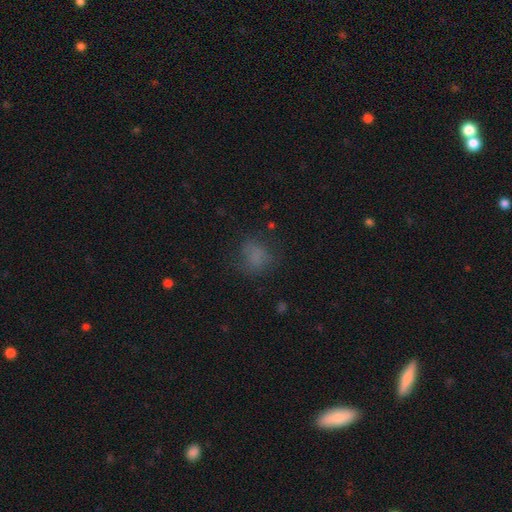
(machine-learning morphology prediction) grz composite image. It shows a smooth galaxy with no disk features (71%) that is round (65%). Merging: none (65%).